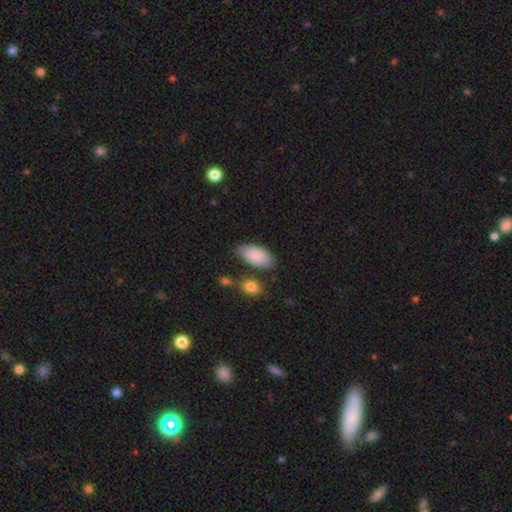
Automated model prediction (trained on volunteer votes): This is clearly a smooth galaxy (86%). How rounded: clearly in between (94%). Merging: likely none (72%).